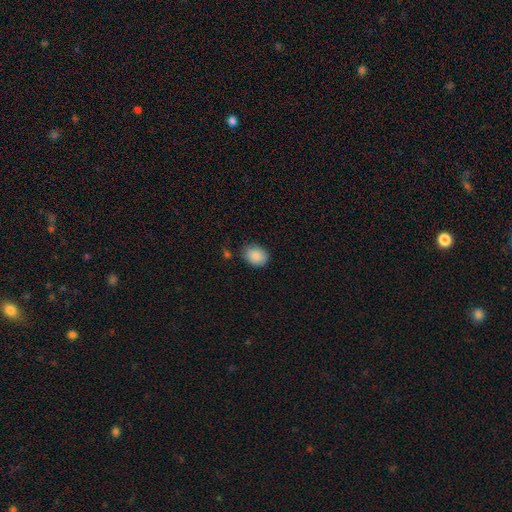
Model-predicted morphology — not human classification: This appears to be a smooth galaxy with no disk features (89%) that is in between round and cigar-shaped (60%). Merging: none (78%).